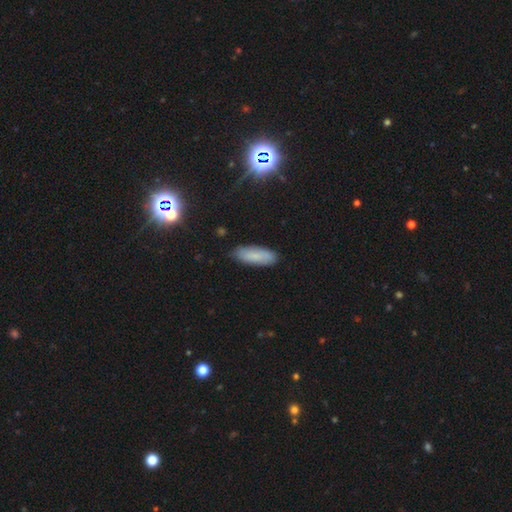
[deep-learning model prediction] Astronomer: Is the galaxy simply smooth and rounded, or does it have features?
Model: smooth — 79%.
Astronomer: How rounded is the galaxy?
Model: in between — 66%.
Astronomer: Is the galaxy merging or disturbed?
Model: none — 84%.